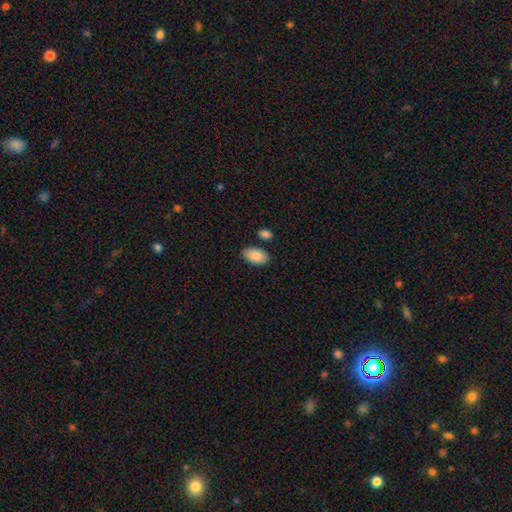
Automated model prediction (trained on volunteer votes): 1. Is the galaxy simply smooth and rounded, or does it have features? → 88% smooth, 6% star or artifact, 5% featured or disk.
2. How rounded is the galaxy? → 95% in between, 4% round, 1% cigar-shaped.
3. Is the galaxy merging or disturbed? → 81% none, 12% minor disturbance, 5% merger, 3% major disturbance.